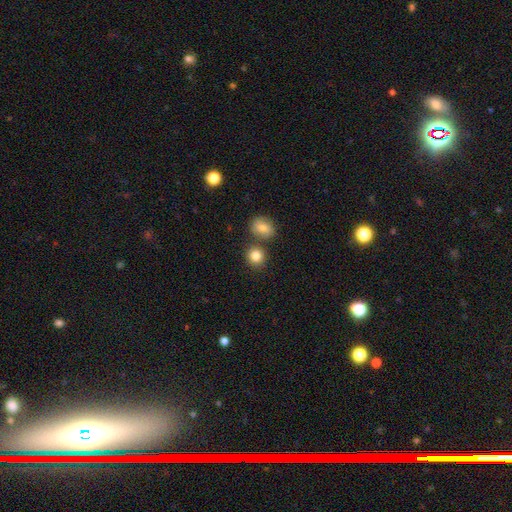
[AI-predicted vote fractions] smooth-or-featured: smooth: 83% | star or artifact: 10% | featured or disk: 6%
  how-rounded: round: 84% | in between: 15% | cigar-shaped: 1%
  merging: none: 70% | merger: 19% | minor disturbance: 9% | major disturbance: 2%